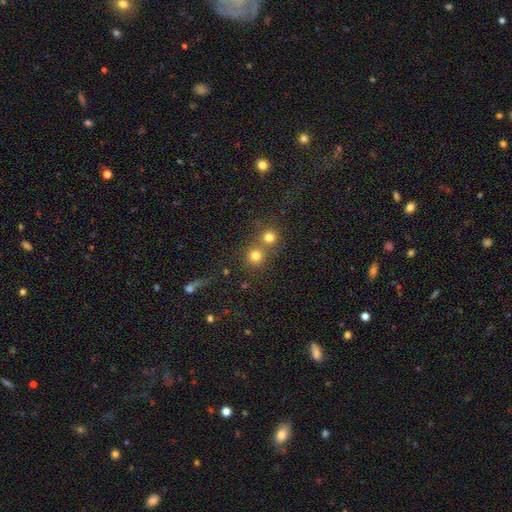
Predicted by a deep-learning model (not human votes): A smooth galaxy with no disk features (75%) that is round (91%).

Vote fractions:
- Smooth or featured? smooth: 75% / star or artifact: 17% / featured or disk: 8%
- How rounded? round: 91% / in between: 8% / cigar-shaped: 1%
- Merging? none: 58% / merger: 33% / minor disturbance: 6% / major disturbance: 3%